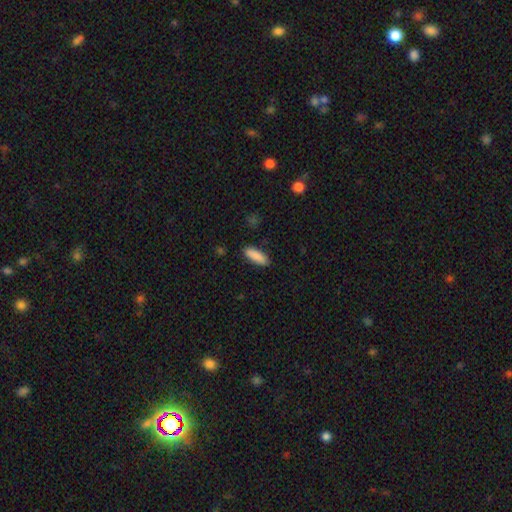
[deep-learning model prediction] Smooth or featured: smooth — 89% (star or artifact — 6%)
How rounded: in between — 52% (cigar-shaped — 46%)
Merging: none — 87% (minor disturbance — 10%)